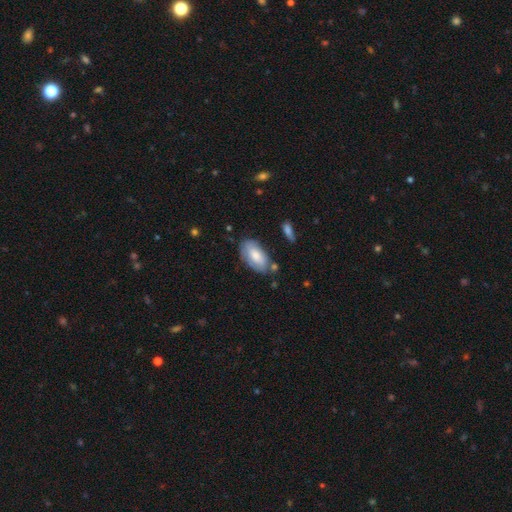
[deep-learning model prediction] A smooth galaxy with no disk features (70%) that is in between round and cigar-shaped (93%).

Vote fractions:
- Smooth or featured? smooth: 70% / featured or disk: 24% / star or artifact: 6%
- How rounded? in between: 93% / cigar-shaped: 4% / round: 3%
- Merging? none: 65% / minor disturbance: 23% / major disturbance: 6% / merger: 5%